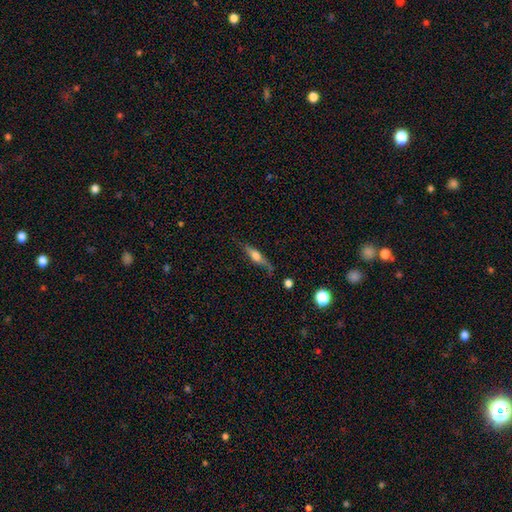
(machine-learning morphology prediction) This is possibly a featured or disk galaxy (47%). Merging: likely none (64%).